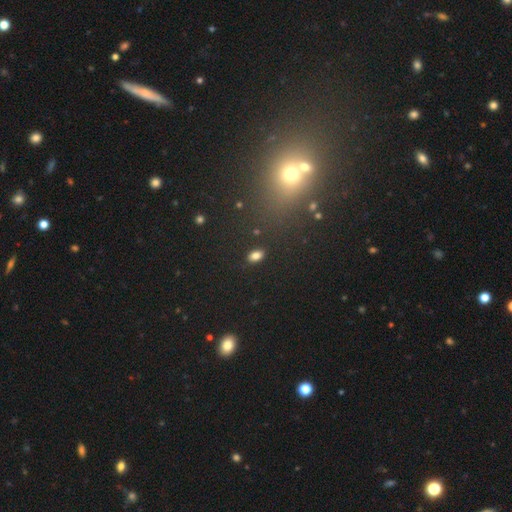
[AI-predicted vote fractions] A smooth galaxy with no disk features (82%) that is in between round and cigar-shaped (89%).

Vote fractions:
- Smooth or featured? smooth: 82% / star or artifact: 12% / featured or disk: 6%
- How rounded? in between: 89% / round: 8% / cigar-shaped: 3%
- Merging? none: 87% / minor disturbance: 8% / major disturbance: 2% / merger: 2%